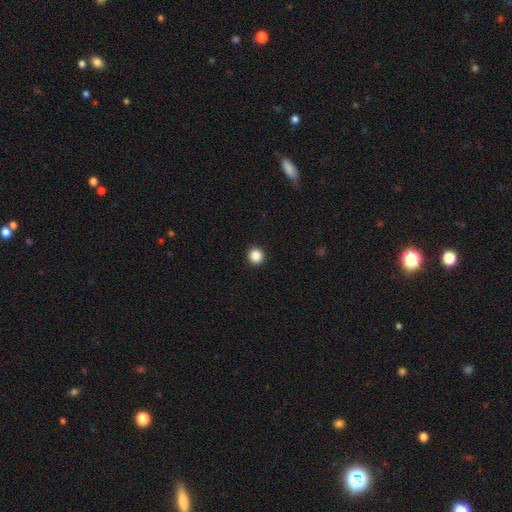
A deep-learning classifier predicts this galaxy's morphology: This is clearly a smooth galaxy (87%). How rounded: clearly round (94%). Merging: clearly none (94%).